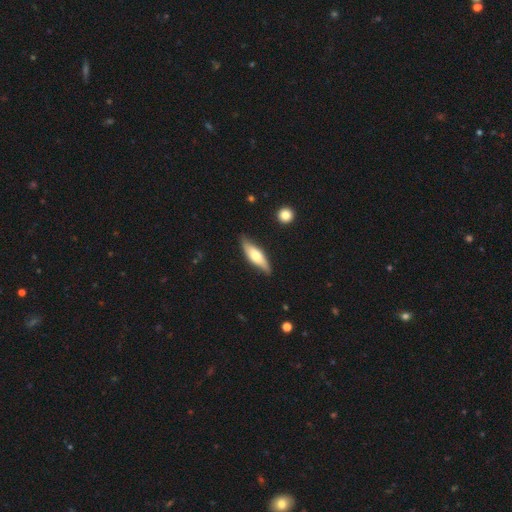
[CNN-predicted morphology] Overall: smooth (56%; featured or disk 39%). How rounded: cigar-shaped (50%; in between 48%). Merging: none (81%).